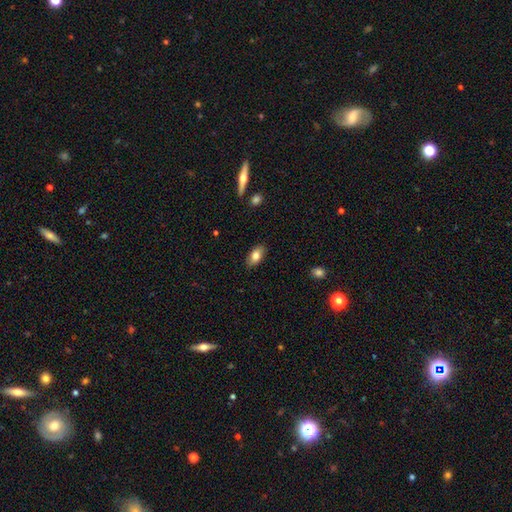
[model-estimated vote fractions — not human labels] smooth-or-featured: smooth: 79% | featured or disk: 13% | star or artifact: 7%
  how-rounded: in between: 92% | round: 5% | cigar-shaped: 3%
  merging: none: 87% | minor disturbance: 10% | major disturbance: 2% | merger: 1%